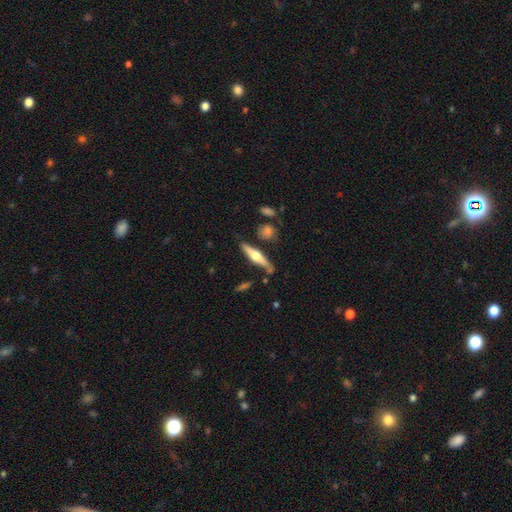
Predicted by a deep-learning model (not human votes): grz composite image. It shows a featured or disk galaxy (61%) viewed edge-on (95%) with a rounded central bulge (89%). Merging: none (77%).